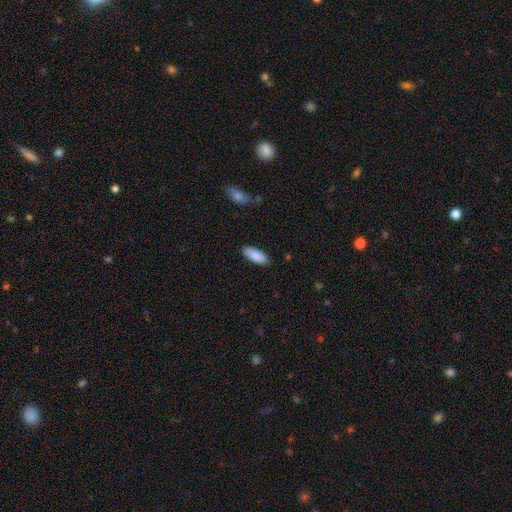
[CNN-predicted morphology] A smooth galaxy with no disk features (89%) that is in between round and cigar-shaped (74%).

Vote fractions:
- Smooth or featured? smooth: 89% / star or artifact: 6% / featured or disk: 6%
- How rounded? in between: 74% / cigar-shaped: 25% / round: 2%
- Merging? none: 87% / minor disturbance: 10% / major disturbance: 2% / merger: 1%